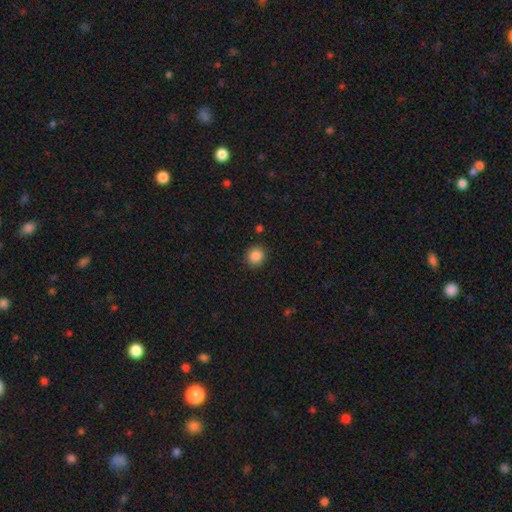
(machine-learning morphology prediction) This is clearly a smooth galaxy (87%). How rounded: clearly round (86%). Merging: clearly none (90%).